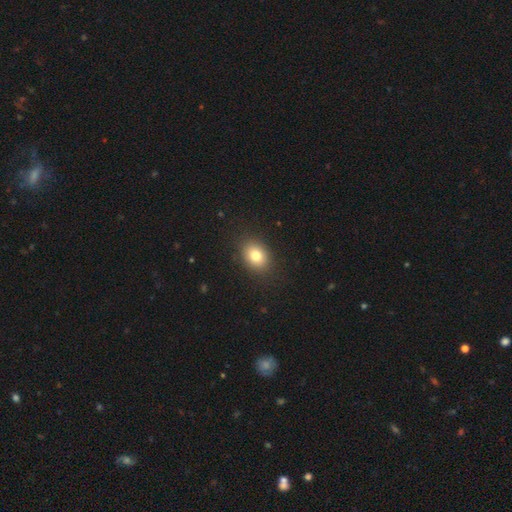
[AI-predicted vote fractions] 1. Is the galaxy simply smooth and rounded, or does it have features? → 80% smooth, 11% star or artifact, 10% featured or disk.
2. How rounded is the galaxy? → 61% in between, 38% round, 1% cigar-shaped.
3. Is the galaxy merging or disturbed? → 89% none, 8% minor disturbance, 3% major disturbance, 1% merger.